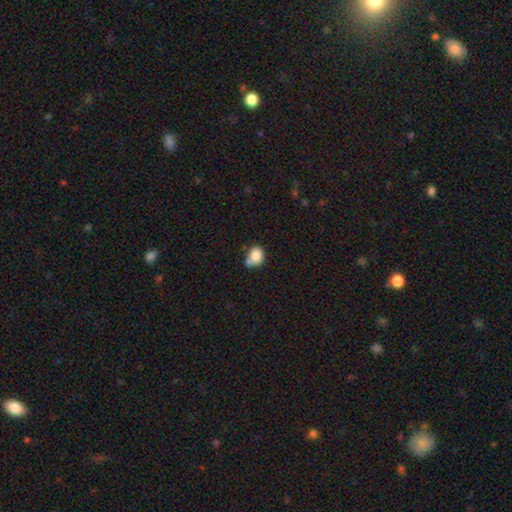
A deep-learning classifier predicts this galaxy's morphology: This appears to be a smooth galaxy with no disk features (83%) that is round (53%). Merging: none (49%).